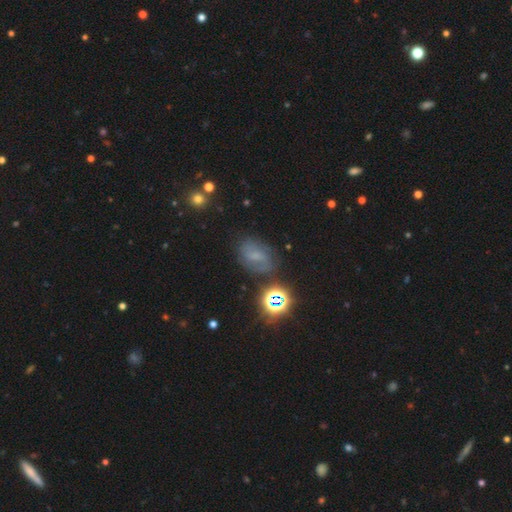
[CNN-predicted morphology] Smooth or featured? Predicted: featured or disk (p=0.39). Merging? Predicted: none (p=0.67).